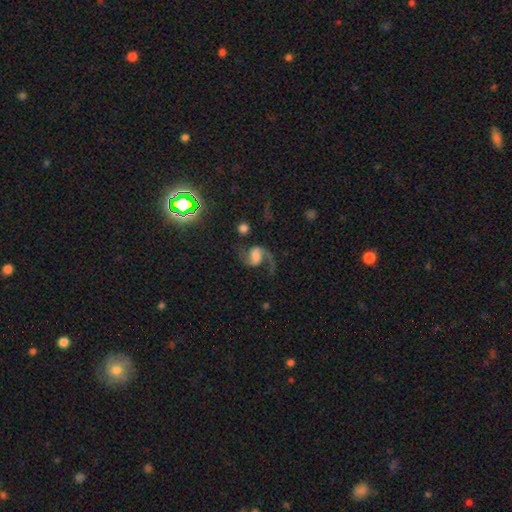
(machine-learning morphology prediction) type=featured or disk (85%); edge-on=no (98%); bar=weak (45%); spiral arms=yes (97%); winding=loose (58%); arm count=2 (88%); bulge=moderate (27%); merging=none (65%).